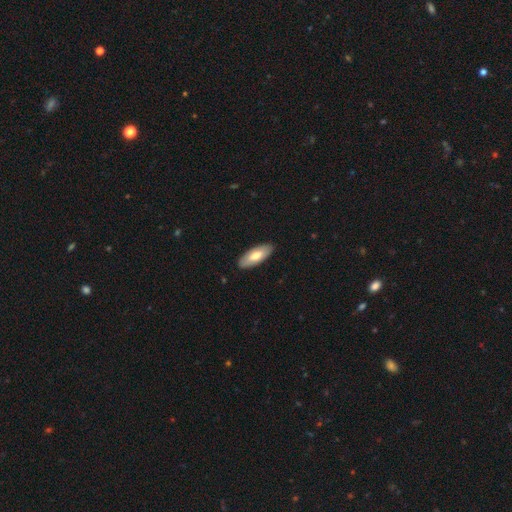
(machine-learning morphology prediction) smooth-or-featured: smooth: 71% | featured or disk: 24% | star or artifact: 5%
  how-rounded: in between: 82% | cigar-shaped: 17% | round: 2%
  merging: none: 89% | minor disturbance: 8% | major disturbance: 2% | merger: 1%